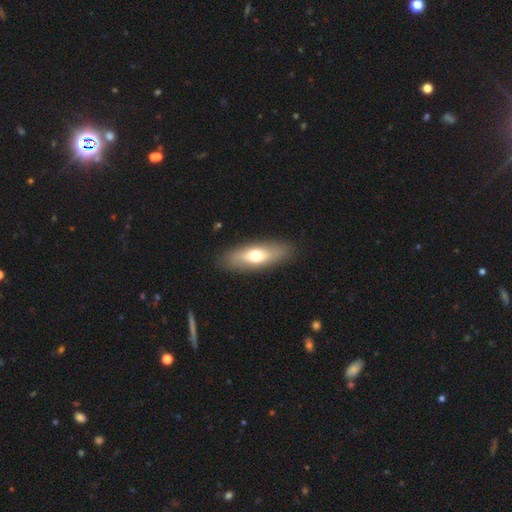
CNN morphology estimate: This appears to be a smooth galaxy with no disk features (62%) that is in between round and cigar-shaped (65%). Merging: none (88%).